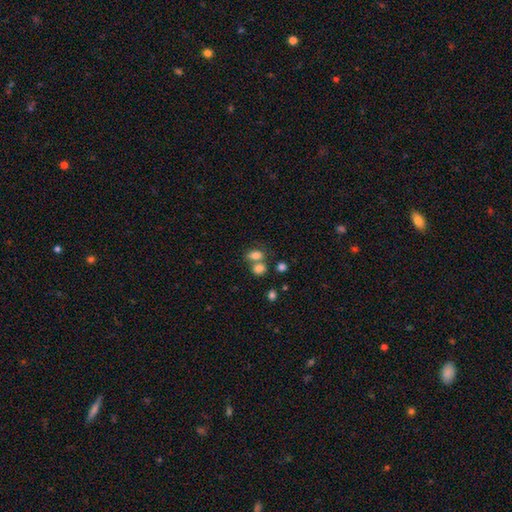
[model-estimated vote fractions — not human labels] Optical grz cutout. It shows a smooth galaxy with no disk features (79%) that is in between round and cigar-shaped (72%). Merging: merger (43%).